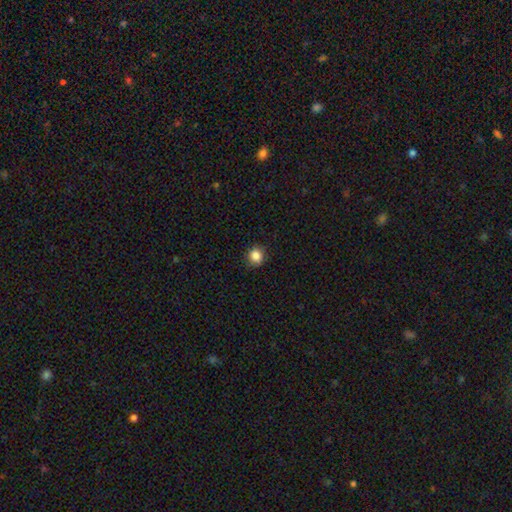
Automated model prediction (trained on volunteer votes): Q: Smooth or featured?
A: smooth (85%); runner-up: star or artifact (11%)
Q: How rounded?
A: round (84%); runner-up: in between (15%)
Q: Merging?
A: none (85%); runner-up: minor disturbance (11%)